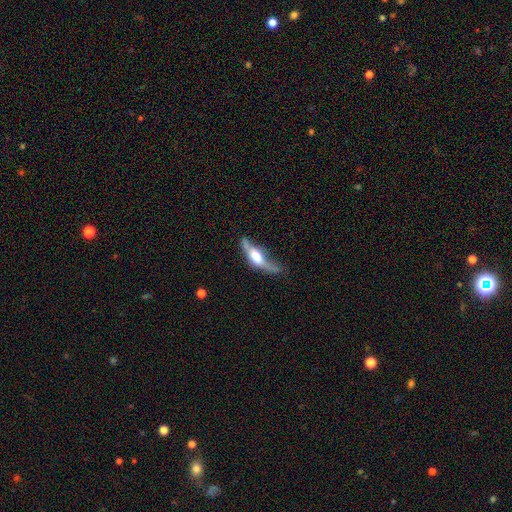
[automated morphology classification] This is possibly a featured or disk galaxy (57%). It is likely viewed edge-on (73%). Merging: marginally none (33%).